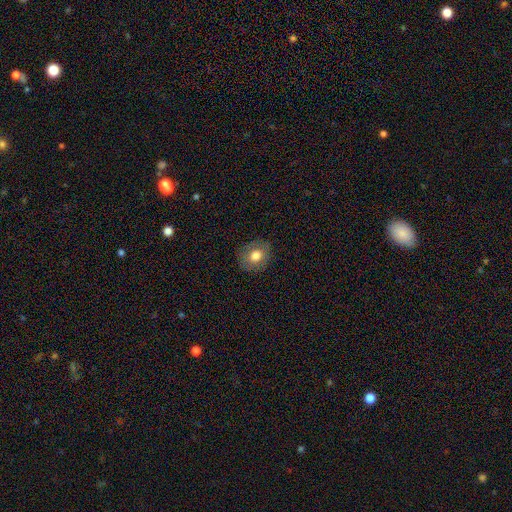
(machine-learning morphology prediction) Overall: smooth (72%). How rounded: round (57%; in between 42%). Merging: none (83%).